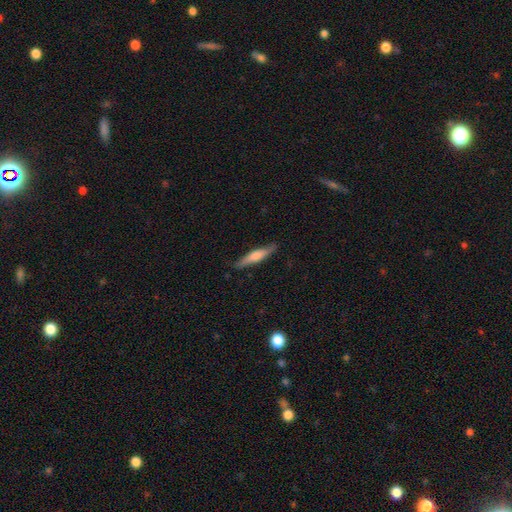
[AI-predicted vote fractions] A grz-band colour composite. It shows a smooth galaxy with no disk features (48%). Merging: none (87%).